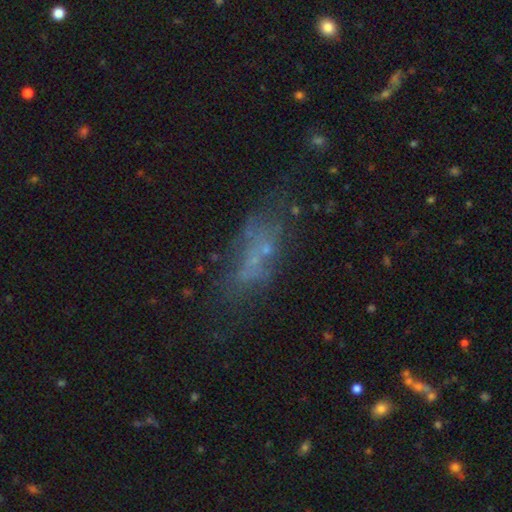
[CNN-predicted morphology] Q: Smooth or featured?
A: smooth (39%); runner-up: featured or disk (36%)
Q: Merging?
A: none (46%); runner-up: major disturbance (22%)